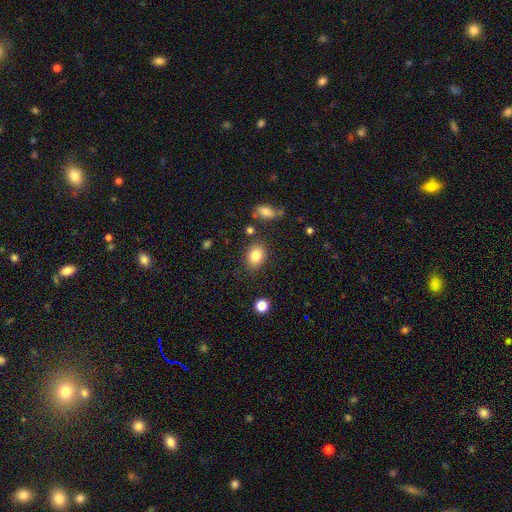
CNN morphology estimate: smooth 83%, star or artifact 10%, featured or disk 8%. Down the decision tree: how rounded — in between (59%); merging — none (81%).